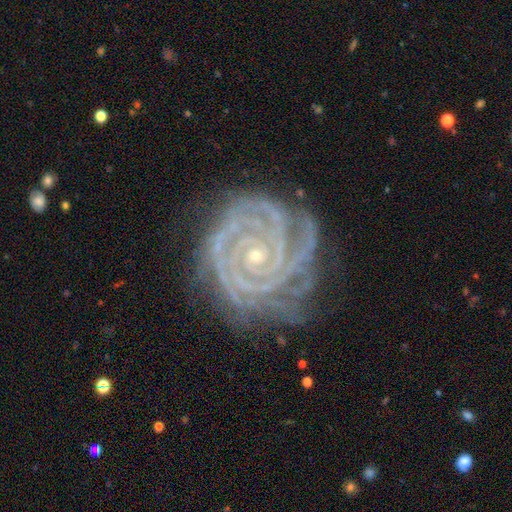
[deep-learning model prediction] Smooth or featured?
  - featured or disk: 92% *
  - star or artifact: 5%
  - smooth: 3%
Edge-on disk?
  - no: 98% *
  - yes: 2%
Bar?
  - no: 73% *
  - weak: 16%
  - strong: 11%
Spiral arms?
  - yes: 99% *
  - no: 1%
Spiral winding?
  - tight: 88% *
  - medium: 11%
  - loose: 1%
Spiral arm count?
  - 3: 26% *
  - 4: 24%
  - 2: 19%
  - can't tell: 13%
  - more than 4: 12%
  - 1: 7%
Bulge size?
  - small: 80% *
  - moderate: 17%
  - none: 1%
  - large: 1%
  - dominant: 1%
Merging?
  - none: 74% *
  - minor disturbance: 18%
  - major disturbance: 6%
  - merger: 2%